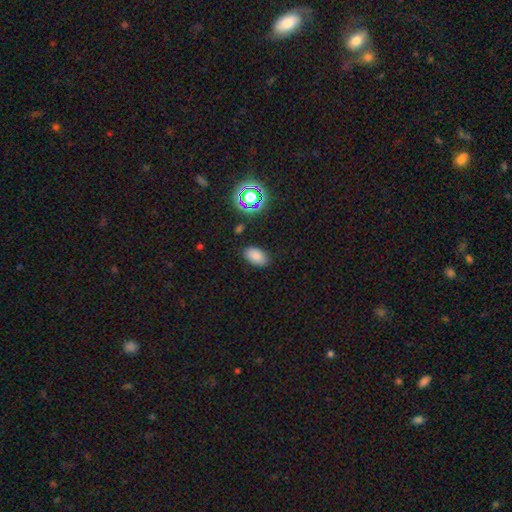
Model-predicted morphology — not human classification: Q: Smooth or featured?
A: smooth (81%); runner-up: star or artifact (14%)
Q: How rounded?
A: in between (92%); runner-up: round (6%)
Q: Merging?
A: none (86%); runner-up: minor disturbance (10%)